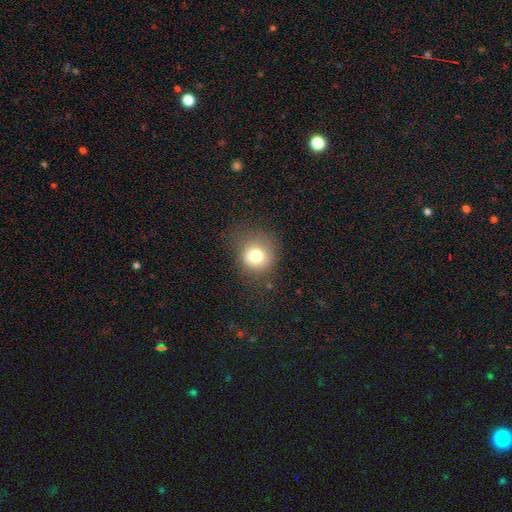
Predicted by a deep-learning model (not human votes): A smooth galaxy with no disk features (75%) that is round (85%). Merging: none (70%).